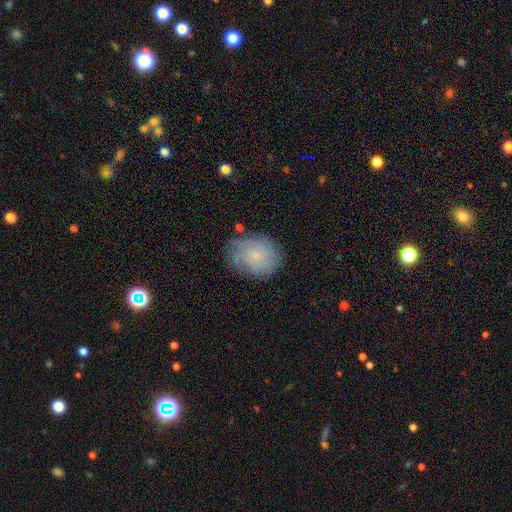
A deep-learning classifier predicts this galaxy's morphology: smooth_or_featured: featured or disk (p=0.47) [alt: smooth p=0.44]
merging: none (p=0.70) [alt: minor disturbance p=0.21]